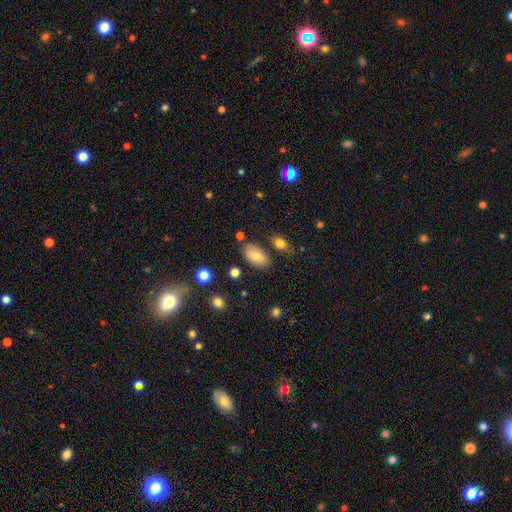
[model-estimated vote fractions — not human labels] Morphology: type=smooth (76%); roundness=in between (93%); merging=none (75%).